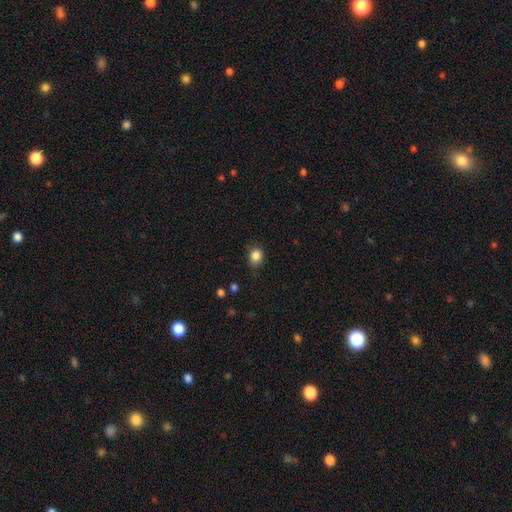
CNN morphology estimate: Smooth or featured?
  - smooth: 86% *
  - star or artifact: 10%
  - featured or disk: 4%
How rounded?
  - round: 65% *
  - in between: 34%
  - cigar-shaped: 1%
Merging?
  - none: 77% *
  - minor disturbance: 17%
  - major disturbance: 4%
  - merger: 1%